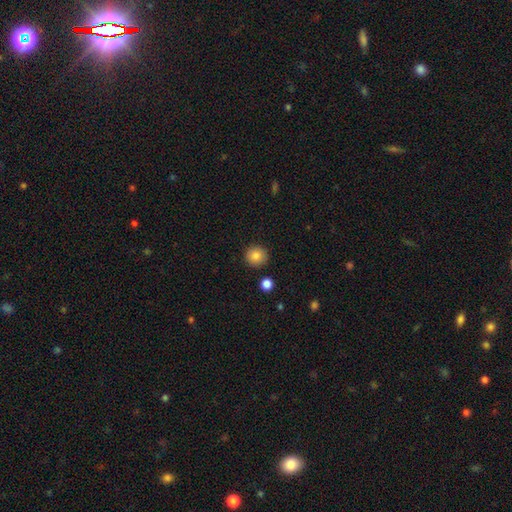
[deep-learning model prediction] Q: Smooth or featured?
A: smooth (85%); runner-up: star or artifact (9%)
Q: How rounded?
A: round (92%); runner-up: in between (8%)
Q: Merging?
A: none (90%); runner-up: minor disturbance (6%)